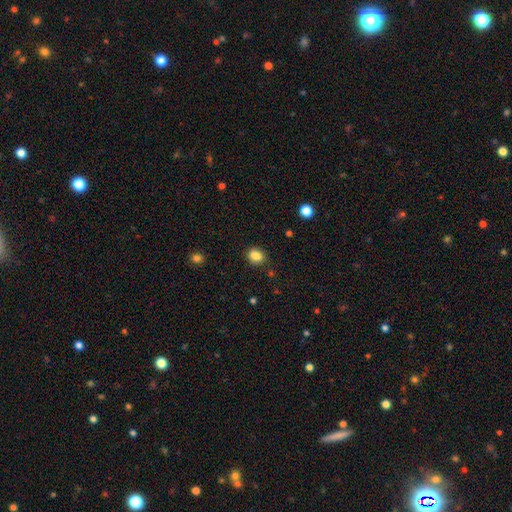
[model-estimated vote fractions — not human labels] A smooth galaxy with no disk features (84%) that is in between round and cigar-shaped (51%). Merging: none (81%).